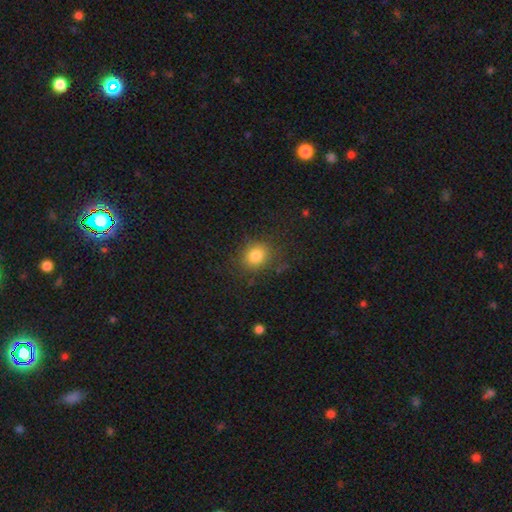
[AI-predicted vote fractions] smooth 81%, star or artifact 12%, featured or disk 7%. Down the decision tree: how rounded — round (65%); merging — none (81%).